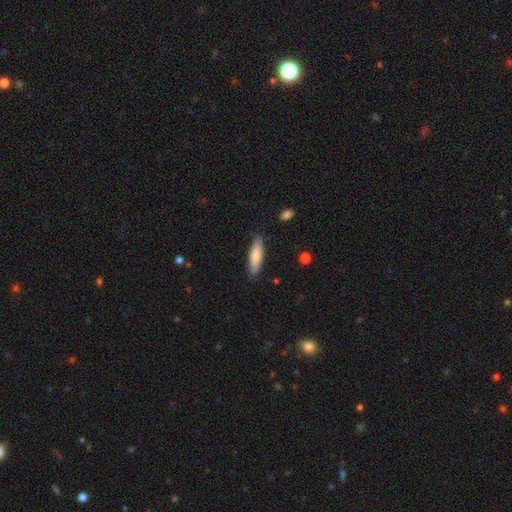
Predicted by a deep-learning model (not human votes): Smooth or featured? Predicted: smooth (p=0.78). How rounded? Predicted: cigar-shaped (p=0.67). Merging? Predicted: none (p=0.85).